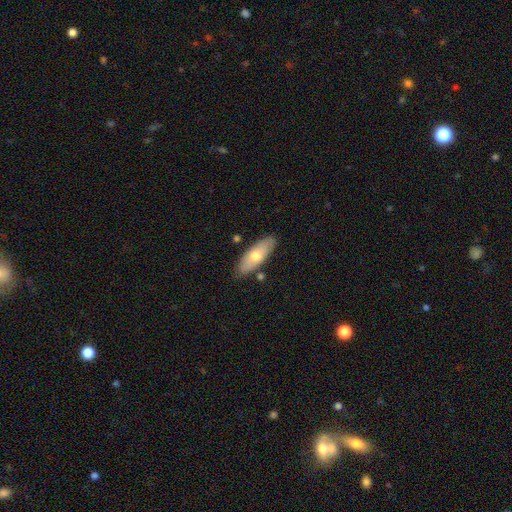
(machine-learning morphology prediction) Smooth or featured? smooth (64%)
How rounded? in between (72%)
Merging? none (82%)